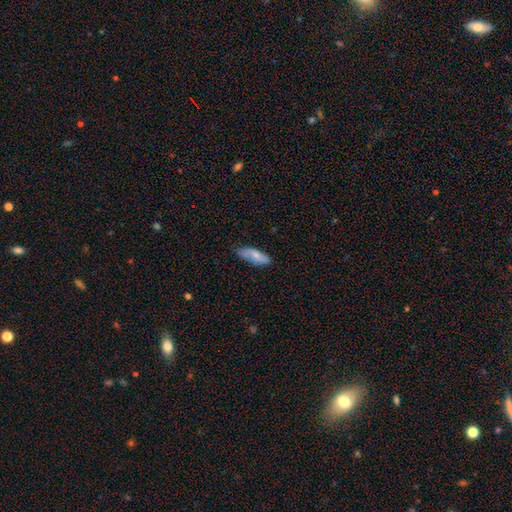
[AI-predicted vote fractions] Overall: smooth (66%; featured or disk 28%). How rounded: in between (69%). Merging: none (73%).